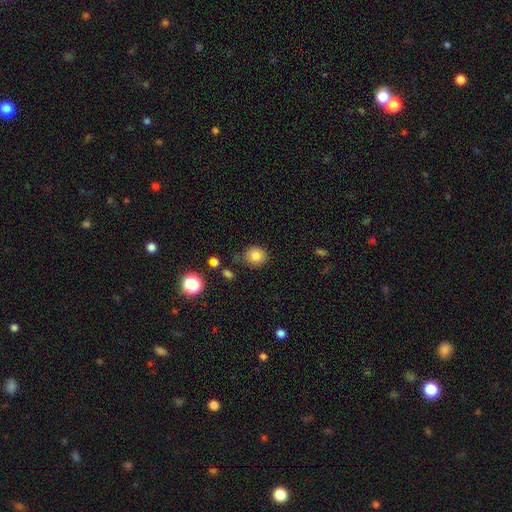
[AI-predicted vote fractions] smooth_or_featured: smooth (p=0.83) [alt: star or artifact p=0.11]
how_rounded: round (p=0.83) [alt: in between p=0.16]
merging: none (p=0.75) [alt: minor disturbance p=0.18]